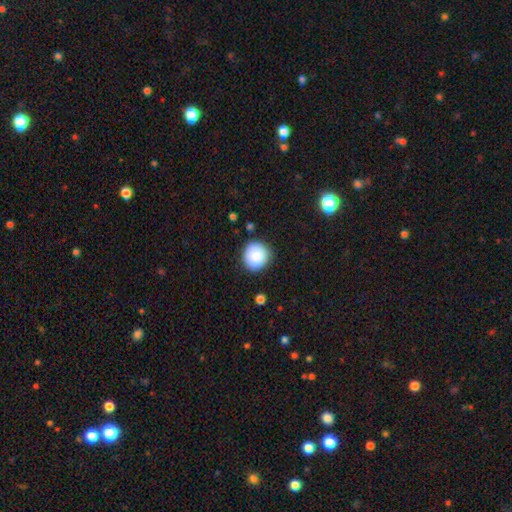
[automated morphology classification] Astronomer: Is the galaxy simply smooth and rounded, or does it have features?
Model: smooth — 87%.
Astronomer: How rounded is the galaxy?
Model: round — 89%.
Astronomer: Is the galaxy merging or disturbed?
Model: none — 86%.